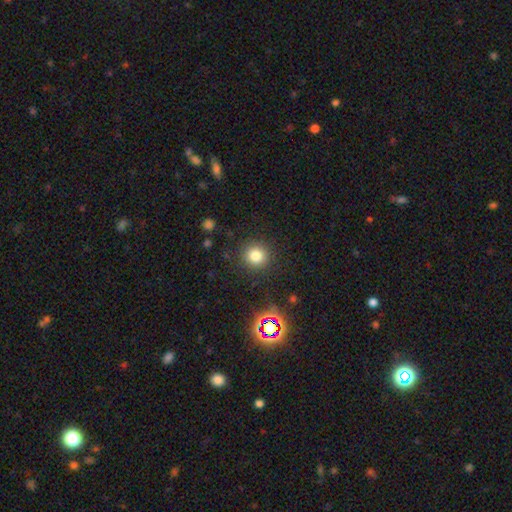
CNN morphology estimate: type=smooth (79%); roundness=round (93%); merging=none (89%).